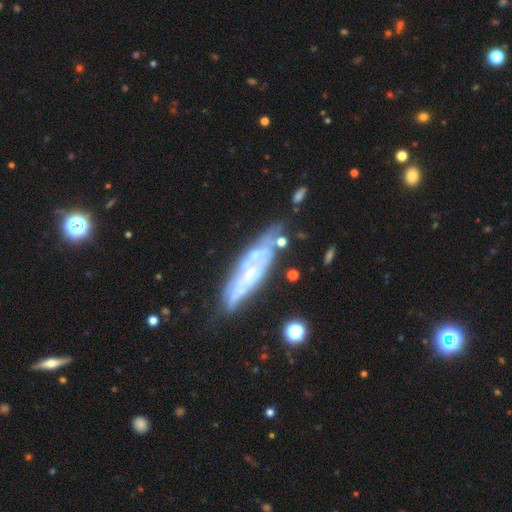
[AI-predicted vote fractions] featured or disk 66%, smooth 24%, star or artifact 10%. Down the decision tree: edge-on disk — no (63%); merging — none (61%).